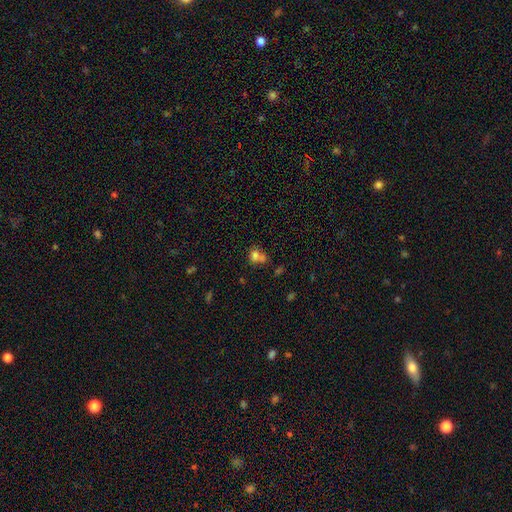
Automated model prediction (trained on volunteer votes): Smooth or featured? Predicted: smooth (p=0.74). How rounded? Predicted: round (p=0.61). Merging? Predicted: merger (p=0.50).